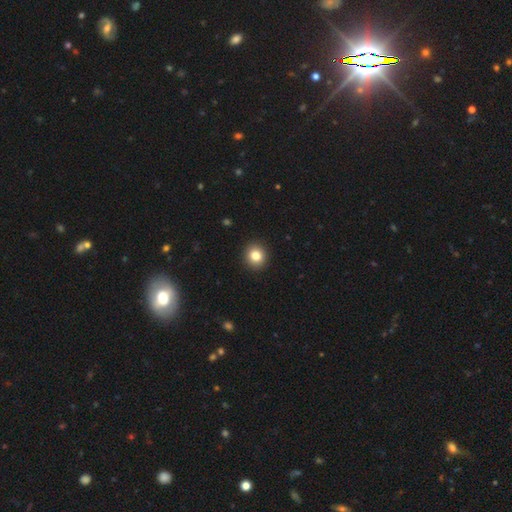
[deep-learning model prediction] Overall: smooth (83%). How rounded: round (86%). Merging: none (93%).